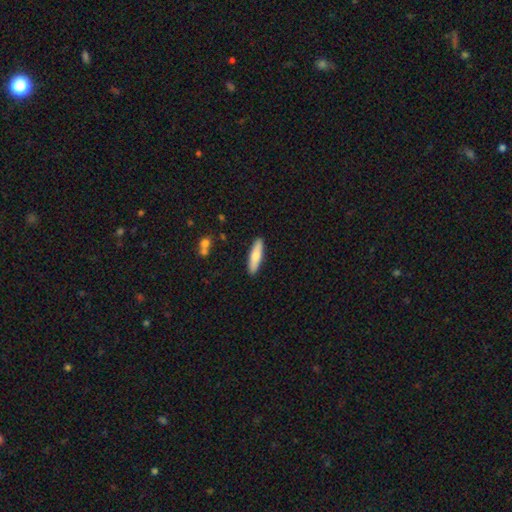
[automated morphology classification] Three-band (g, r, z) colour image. It shows a smooth galaxy with no disk features (71%) that is cigar-shaped (74%). Merging: none (90%).